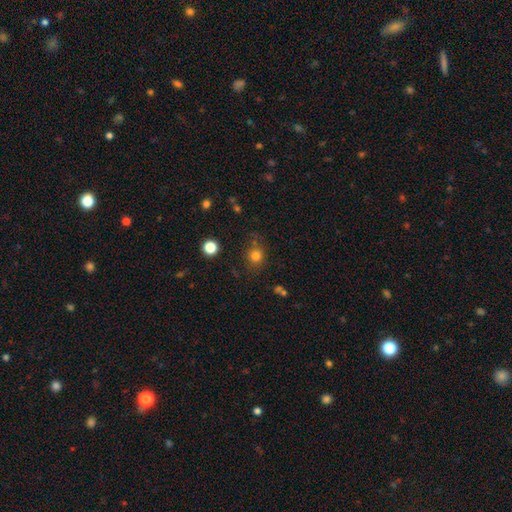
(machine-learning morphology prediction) The model was most divided on "merging": none: 77%, minor disturbance: 13%, major disturbance: 5%, merger: 5%. More confident: how rounded — round (87%); smooth or featured — smooth (79%).